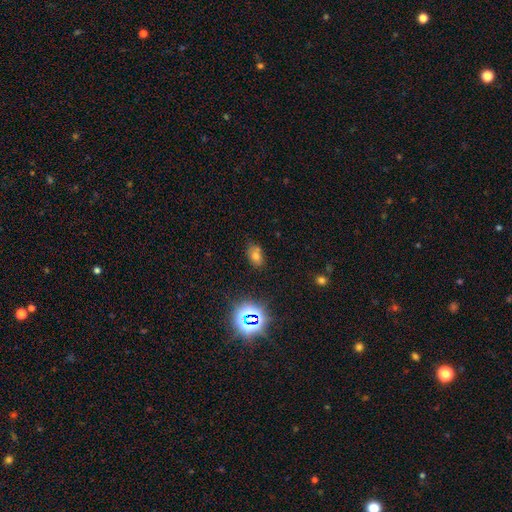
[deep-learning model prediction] Smooth or featured? Predicted: smooth (p=0.64). How rounded? Predicted: in between (p=0.79). Merging? Predicted: none (p=0.69).